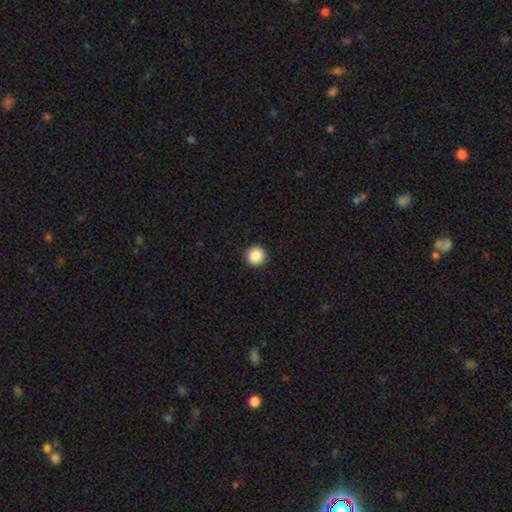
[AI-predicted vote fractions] This appears to be a smooth galaxy with no disk features (89%) that is round (95%). Merging: none (93%).